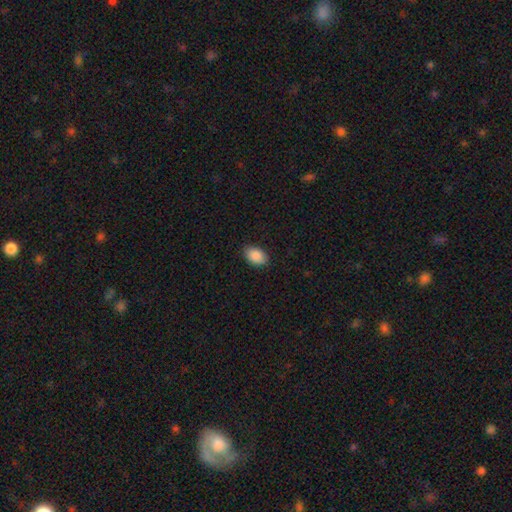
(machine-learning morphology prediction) smooth_or_featured: smooth (p=0.89) [alt: star or artifact p=0.07]
how_rounded: in between (p=0.88) [alt: round p=0.10]
merging: none (p=0.87) [alt: minor disturbance p=0.10]